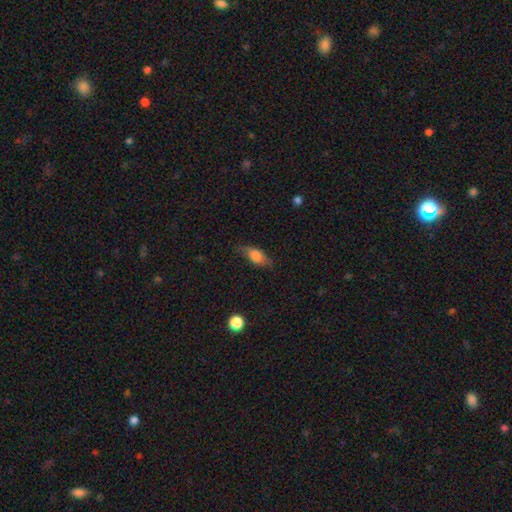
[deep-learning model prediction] Smooth or featured? Predicted: smooth (p=0.67). How rounded? Predicted: in between (p=0.78). Merging? Predicted: none (p=0.69).